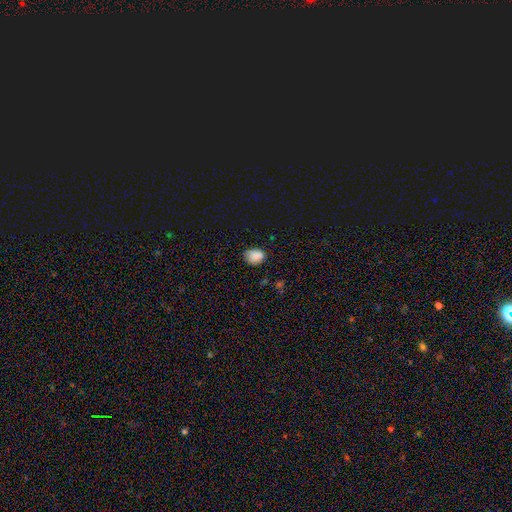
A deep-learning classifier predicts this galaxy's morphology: This is clearly a smooth galaxy (85%). How rounded: possibly in between (59%). Merging: likely none (65%).